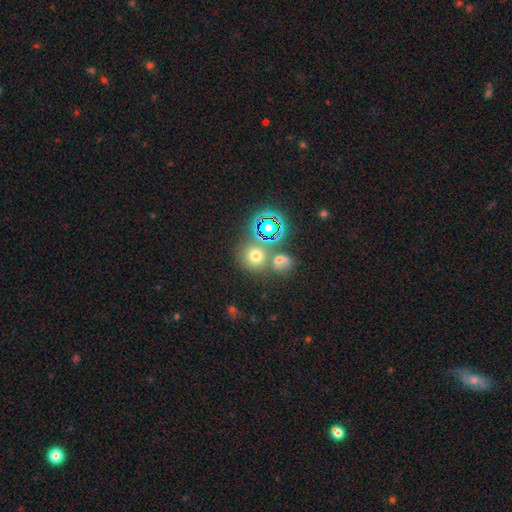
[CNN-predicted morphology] smooth 62%, star or artifact 28%, featured or disk 10%. Down the decision tree: how rounded — round (84%); merging — none (61%).